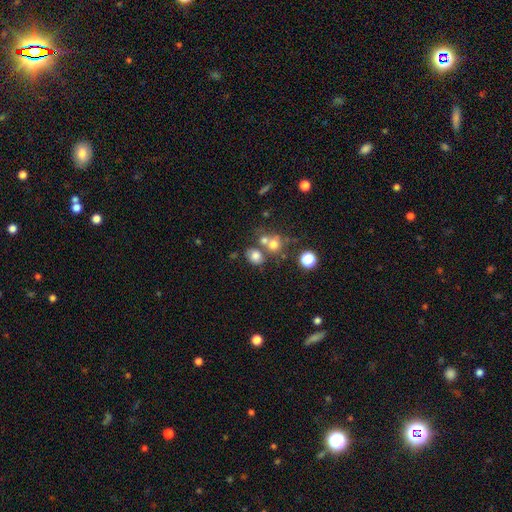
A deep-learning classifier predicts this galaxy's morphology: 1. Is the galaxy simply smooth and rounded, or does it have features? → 72% smooth, 15% star or artifact, 13% featured or disk.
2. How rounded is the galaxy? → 55% round, 44% in between, 1% cigar-shaped.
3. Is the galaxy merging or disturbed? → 49% none, 33% merger, 11% minor disturbance, 6% major disturbance.